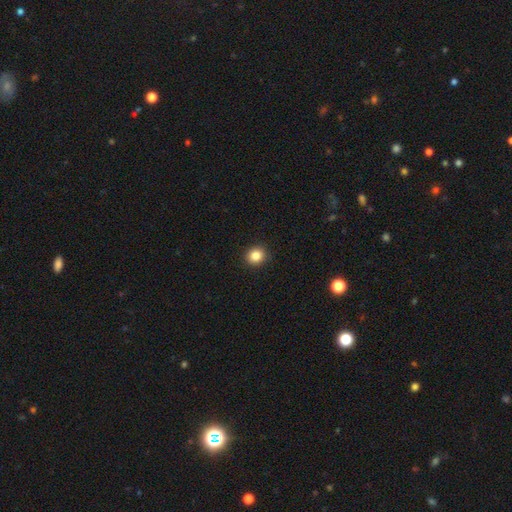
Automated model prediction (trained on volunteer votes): Smooth or featured? smooth (85%)
How rounded? round (83%)
Merging? none (92%)